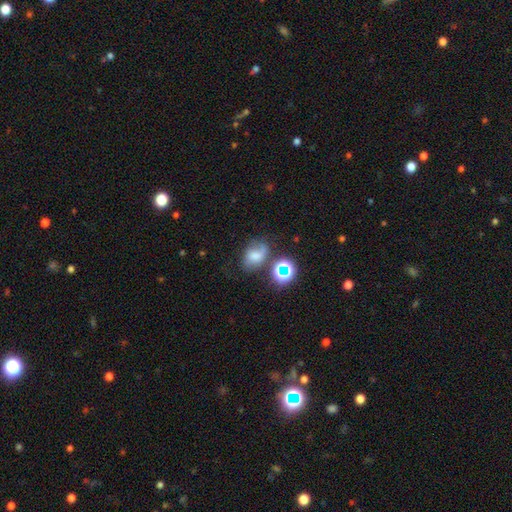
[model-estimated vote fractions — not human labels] smooth 53%, featured or disk 28%, star or artifact 19%. Down the decision tree: how rounded — in between (72%); merging — none (49%).